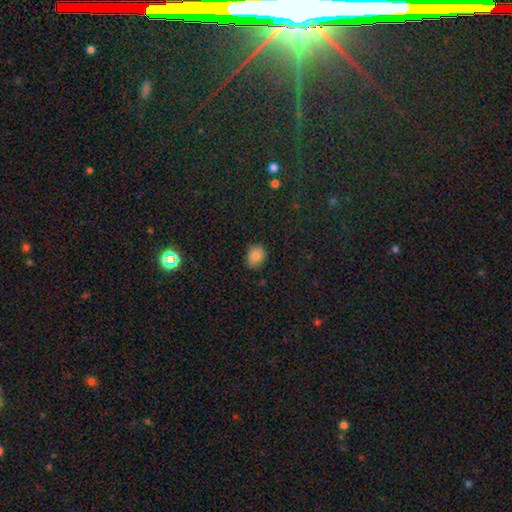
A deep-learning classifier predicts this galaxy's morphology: type=smooth (83%); roundness=round (57%); merging=none (82%).